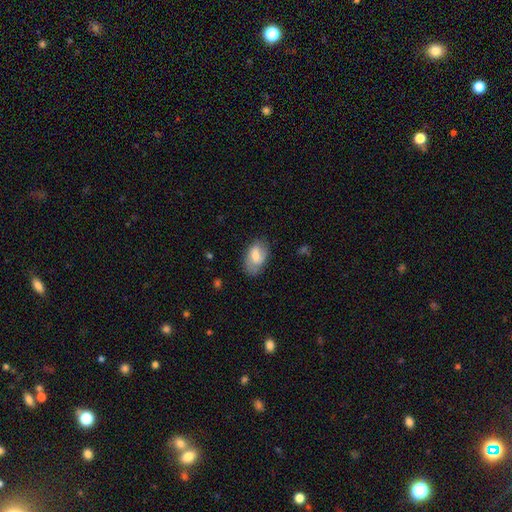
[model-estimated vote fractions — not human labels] Smooth or featured?
  - smooth: 60% *
  - featured or disk: 33%
  - star or artifact: 7%
How rounded?
  - in between: 90% *
  - round: 8%
  - cigar-shaped: 2%
Merging?
  - none: 65% *
  - minor disturbance: 25%
  - major disturbance: 8%
  - merger: 2%